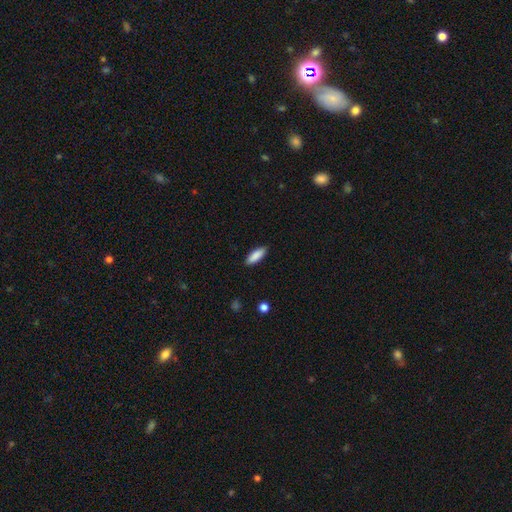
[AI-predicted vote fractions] A smooth galaxy with no disk features (89%) that is in between round and cigar-shaped (61%).

Vote fractions:
- Smooth or featured? smooth: 89% / star or artifact: 6% / featured or disk: 5%
- How rounded? in between: 61% / cigar-shaped: 37% / round: 2%
- Merging? none: 89% / minor disturbance: 8% / major disturbance: 2% / merger: 1%